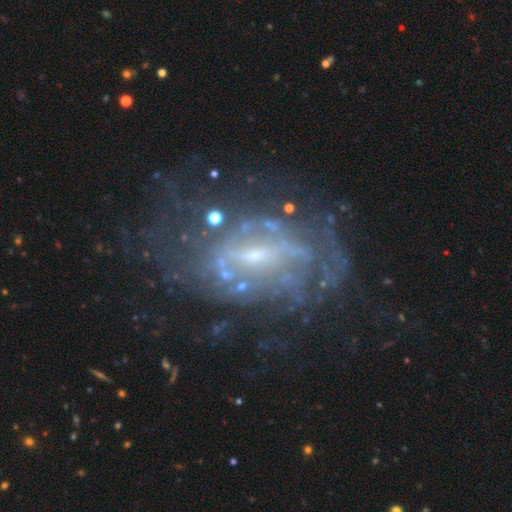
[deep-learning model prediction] Smooth or featured?
  - featured or disk: 79% *
  - star or artifact: 11%
  - smooth: 11%
Edge-on disk?
  - no: 94% *
  - yes: 6%
Bar?
  - weak: 45% *
  - no: 33%
  - strong: 23%
Spiral arms?
  - yes: 64% *
  - no: 36%
Bulge size?
  - small: 67% *
  - moderate: 21%
  - none: 9%
  - large: 2%
  - dominant: 1%
Merging?
  - none: 51% *
  - major disturbance: 24%
  - minor disturbance: 20%
  - merger: 4%